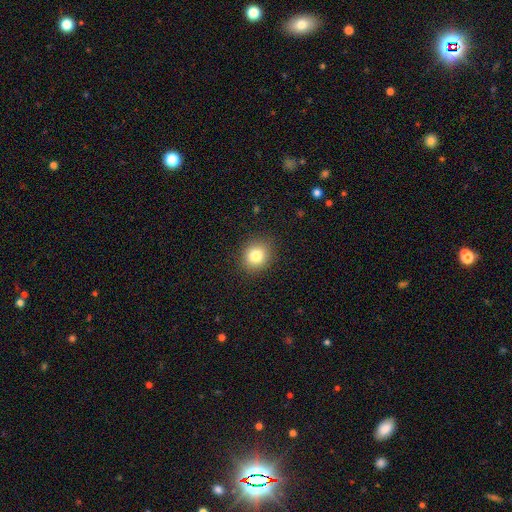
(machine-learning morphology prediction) type=smooth (82%); roundness=round (77%); merging=none (88%).